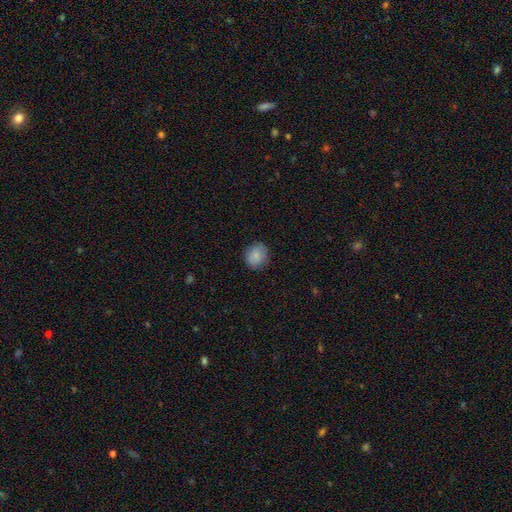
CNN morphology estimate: Smooth or featured?
  - smooth: 87% *
  - star or artifact: 8%
  - featured or disk: 5%
How rounded?
  - round: 74% *
  - in between: 25%
  - cigar-shaped: 1%
Merging?
  - none: 85% *
  - minor disturbance: 11%
  - major disturbance: 3%
  - merger: 1%